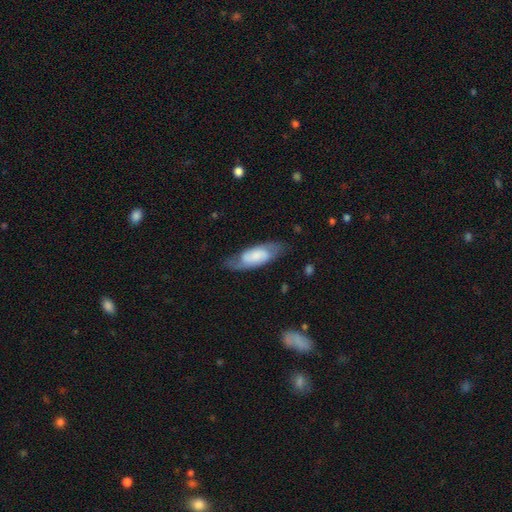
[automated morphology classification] smooth-or-featured: featured or disk: 56% | smooth: 38% | star or artifact: 7%
  disk-edge-on: no: 82% | yes: 18%
  merging: none: 73% | minor disturbance: 19% | major disturbance: 7% | merger: 2%